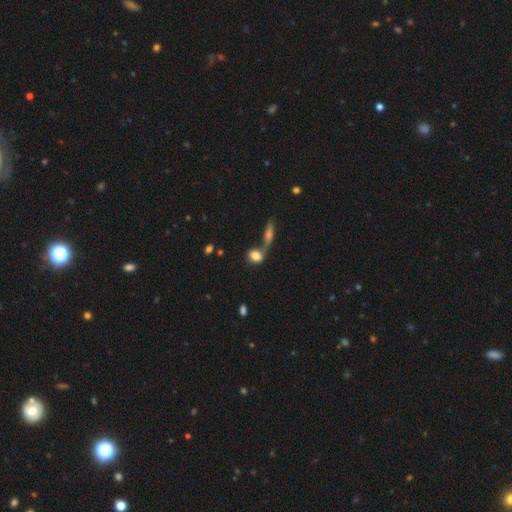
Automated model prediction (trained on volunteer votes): Morphology: type=smooth (78%); roundness=in between (61%); merging=merger (45%).